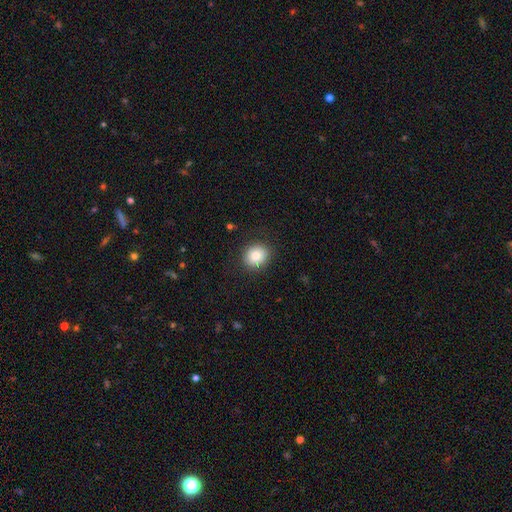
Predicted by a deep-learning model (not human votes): Smooth or featured? smooth (81%)
How rounded? round (73%)
Merging? none (88%)